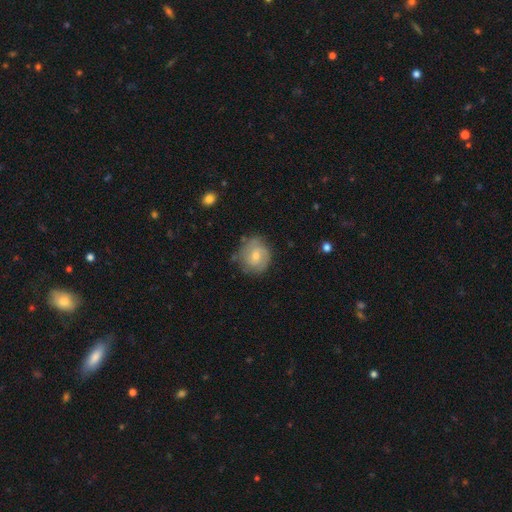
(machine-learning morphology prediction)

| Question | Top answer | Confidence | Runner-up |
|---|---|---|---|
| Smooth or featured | smooth | 50% | featured or disk (43%) |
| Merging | none | 69% | minor disturbance (22%) |